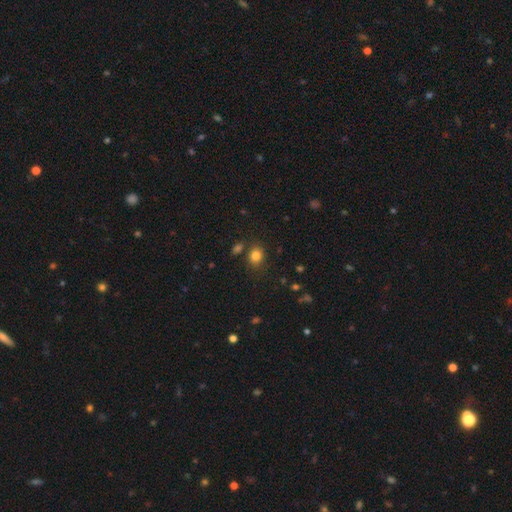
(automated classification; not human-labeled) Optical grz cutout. It shows a smooth galaxy with no disk features (81%) that is round (53%). Merging: none (77%).